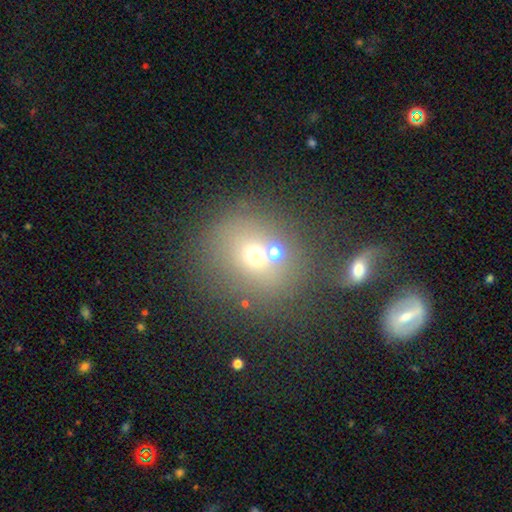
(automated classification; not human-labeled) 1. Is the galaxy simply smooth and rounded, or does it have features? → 62% smooth, 21% star or artifact, 17% featured or disk.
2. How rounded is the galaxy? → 79% round, 20% in between, 1% cigar-shaped.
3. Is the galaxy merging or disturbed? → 58% none, 25% merger, 11% minor disturbance, 7% major disturbance.